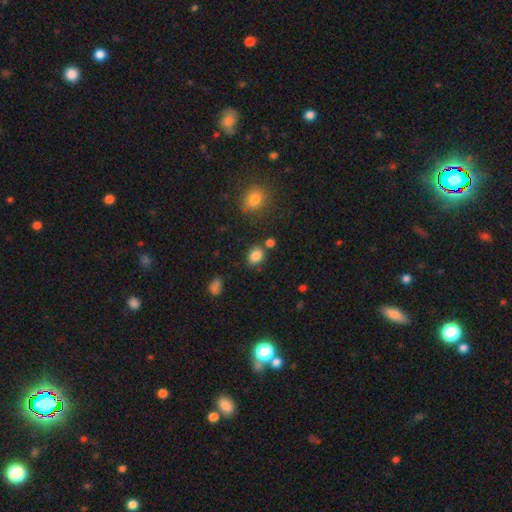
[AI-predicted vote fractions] A smooth galaxy with no disk features (84%) that is in between round and cigar-shaped (61%). Merging: none (74%).